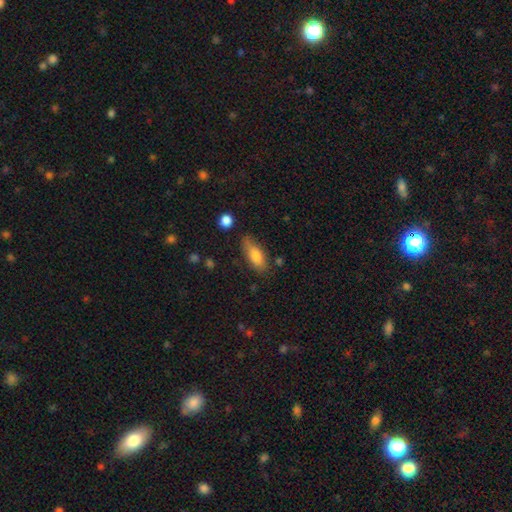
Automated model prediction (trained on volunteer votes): A smooth galaxy with no disk features (79%) that is in between round and cigar-shaped (76%).

Vote fractions:
- Smooth or featured? smooth: 79% / featured or disk: 14% / star or artifact: 7%
- How rounded? in between: 76% / cigar-shaped: 21% / round: 3%
- Merging? none: 72% / minor disturbance: 20% / major disturbance: 5% / merger: 4%